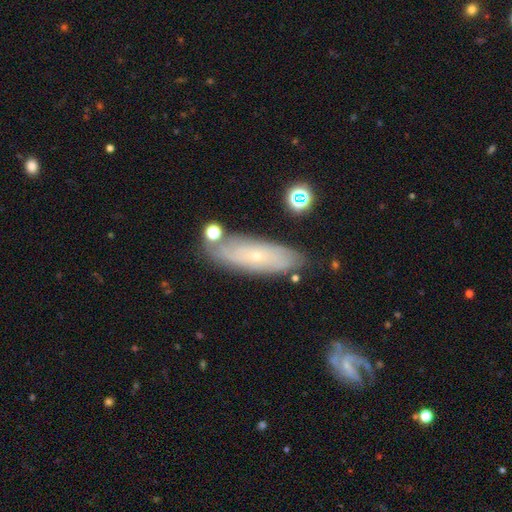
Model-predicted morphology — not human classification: smooth_or_featured: featured or disk (p=0.52) [alt: smooth p=0.40]
disk_edge_on: no (p=0.73) [alt: yes p=0.27]
merging: none (p=0.76) [alt: minor disturbance p=0.16]